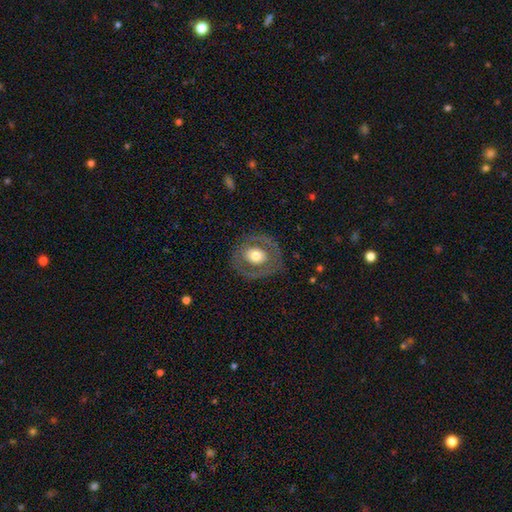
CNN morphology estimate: featured or disk 47% (tied), smooth 47% (tied), star or artifact 7%. Down the decision tree: merging — none (79%).